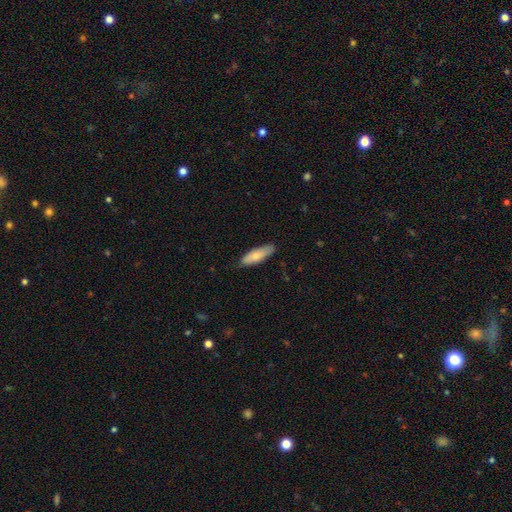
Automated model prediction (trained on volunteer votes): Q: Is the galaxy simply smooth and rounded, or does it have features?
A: smooth — 78%.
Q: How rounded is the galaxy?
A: in between — 49%, tied with cigar-shaped.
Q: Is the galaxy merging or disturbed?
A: none — 82%.